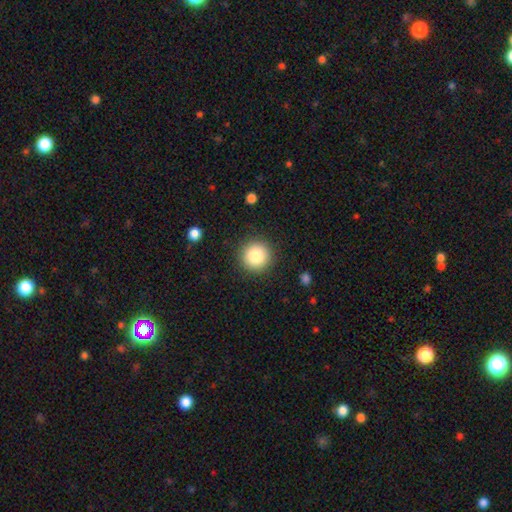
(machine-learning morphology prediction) Smooth or featured?
  - smooth: 83% *
  - star or artifact: 10%
  - featured or disk: 7%
How rounded?
  - round: 95% *
  - in between: 4%
  - cigar-shaped: 1%
Merging?
  - none: 90% *
  - minor disturbance: 6%
  - major disturbance: 2%
  - merger: 1%